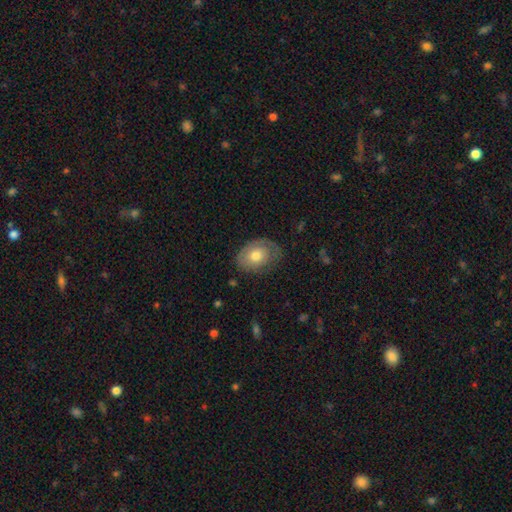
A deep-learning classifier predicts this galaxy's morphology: Q: Smooth or featured?
A: smooth (64%); runner-up: featured or disk (29%)
Q: How rounded?
A: in between (72%); runner-up: round (27%)
Q: Merging?
A: none (64%); runner-up: minor disturbance (25%)